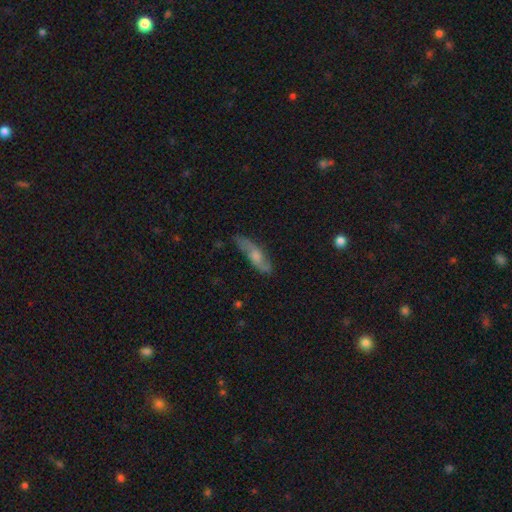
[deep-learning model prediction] smooth-or-featured: featured or disk: 56% | smooth: 36% | star or artifact: 8%
  disk-edge-on: no: 59% | yes: 41%
  merging: none: 77% | minor disturbance: 17% | major disturbance: 4% | merger: 2%